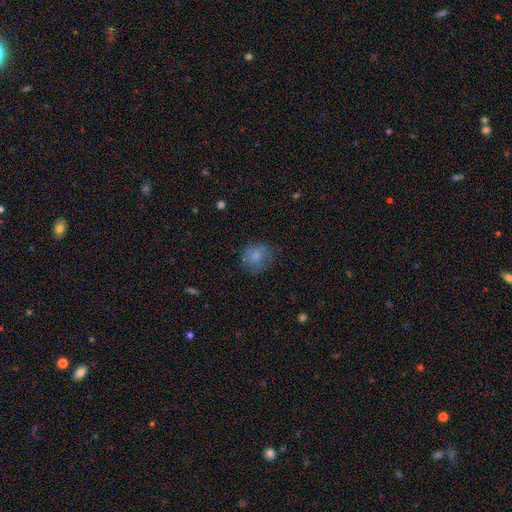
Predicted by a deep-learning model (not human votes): Smooth or featured: smooth — 79% (featured or disk — 12%)
How rounded: round — 82% (in between — 17%)
Merging: none — 70% (minor disturbance — 21%)